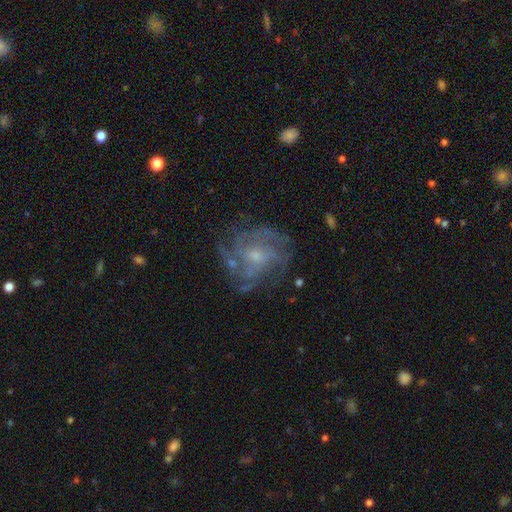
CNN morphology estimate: This is likely a featured or disk galaxy (78%). It is clearly not viewed edge-on (97%). Bar: likely no (61%). Spiral arm pattern: clearly yes (87%). Spiral arm count: marginally can't tell (34%). Spiral winding: marginally medium (42%). Central bulge: possibly small (57%). Merging: likely none (69%).